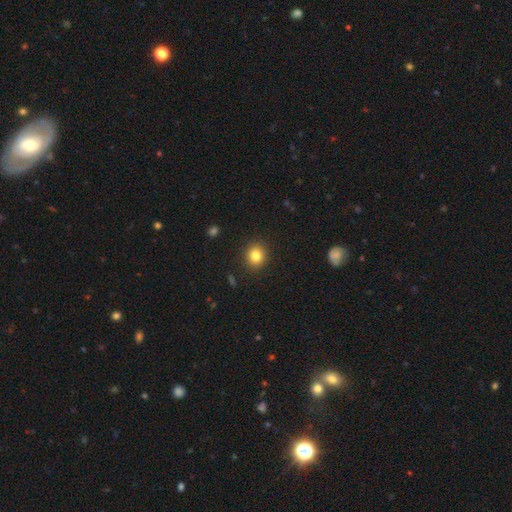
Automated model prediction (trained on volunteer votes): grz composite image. It shows a smooth galaxy with no disk features (82%) that is round (81%). Merging: none (90%).